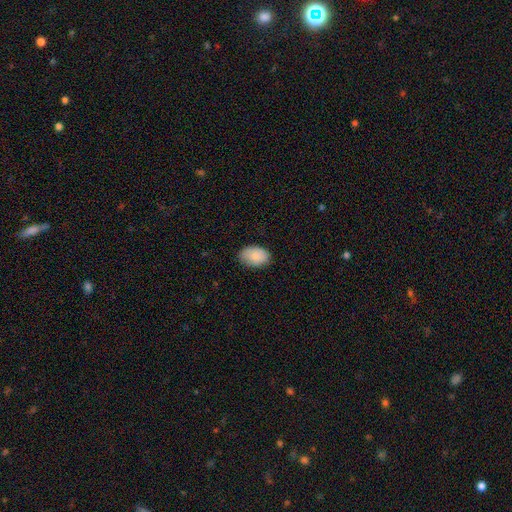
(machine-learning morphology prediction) Q: Smooth or featured?
A: smooth (87%); runner-up: star or artifact (7%)
Q: How rounded?
A: in between (90%); runner-up: round (9%)
Q: Merging?
A: none (82%); runner-up: minor disturbance (15%)